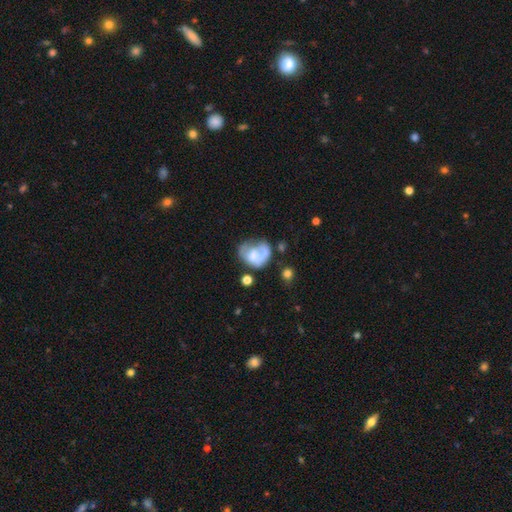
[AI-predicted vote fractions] Smooth or featured? smooth (50%)
How rounded? in between (50%)
Merging? major disturbance (32%)